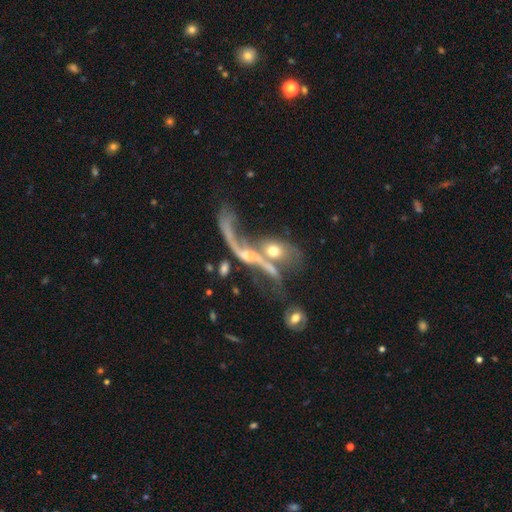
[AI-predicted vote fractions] This is likely a featured or disk galaxy (71%). It is clearly not viewed edge-on (80%). Bar: likely no (64%). Spiral arm pattern: possibly yes (60%). Central bulge: marginally small (38%, tied with moderate). Merging: possibly merger (57%).